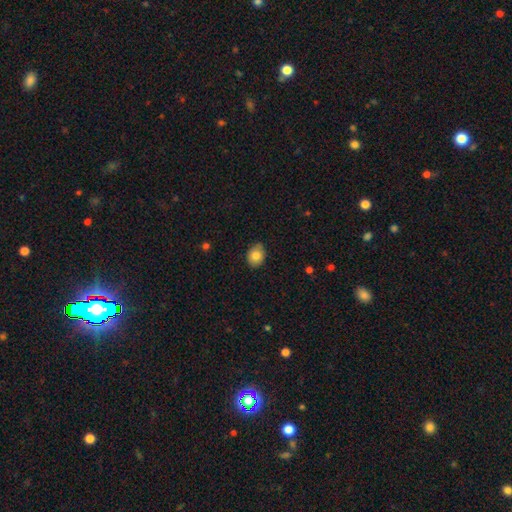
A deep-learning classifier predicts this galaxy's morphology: Smooth or featured: smooth — 83% (featured or disk — 9%)
How rounded: in between — 54% (round — 45%)
Merging: none — 78% (minor disturbance — 18%)